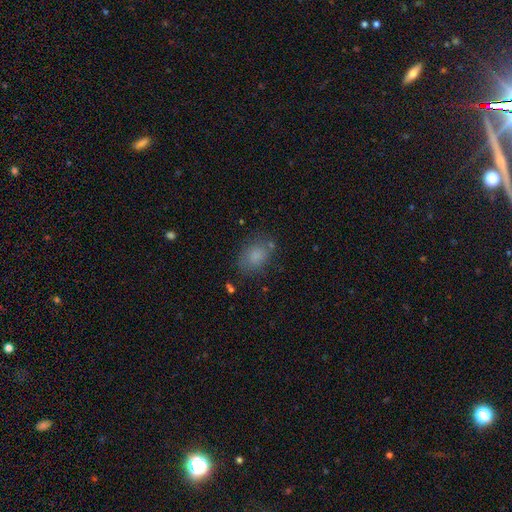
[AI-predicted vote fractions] Smooth or featured?
  - smooth: 81% *
  - star or artifact: 11%
  - featured or disk: 8%
How rounded?
  - in between: 69% *
  - round: 30%
  - cigar-shaped: 1%
Merging?
  - none: 74% *
  - minor disturbance: 16%
  - major disturbance: 6%
  - merger: 4%